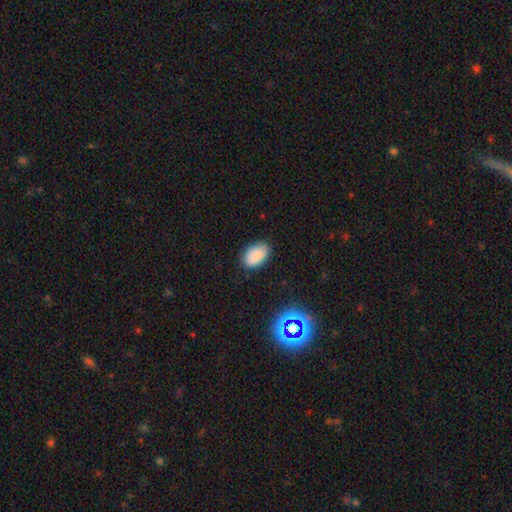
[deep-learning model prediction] smooth-or-featured: smooth: 86% | star or artifact: 9% | featured or disk: 5%
  how-rounded: in between: 92% | round: 6% | cigar-shaped: 1%
  merging: none: 83% | minor disturbance: 13% | major disturbance: 3% | merger: 1%